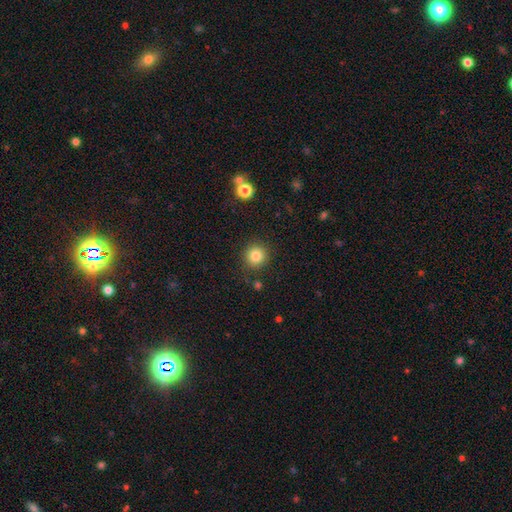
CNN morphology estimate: Smooth or featured? smooth (83%)
How rounded? round (92%)
Merging? none (87%)